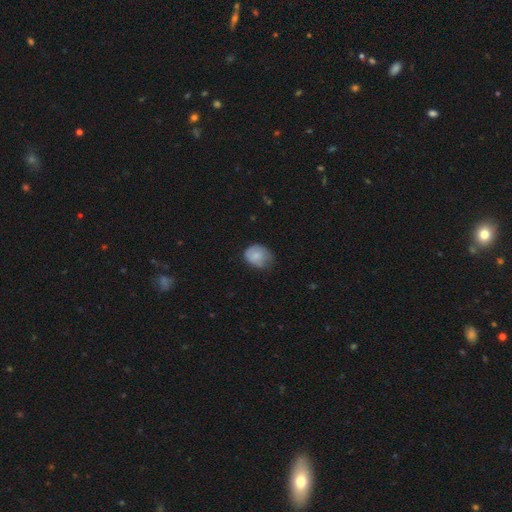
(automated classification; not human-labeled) smooth 79%, featured or disk 13%, star or artifact 8%. Down the decision tree: how rounded — round (57%); merging — none (50%).